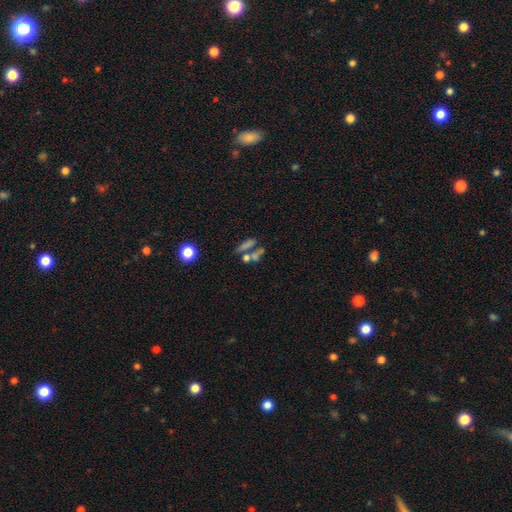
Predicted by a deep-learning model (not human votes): The model was most divided on "smooth or featured": star or artifact: 40%, smooth: 31%, featured or disk: 29%.